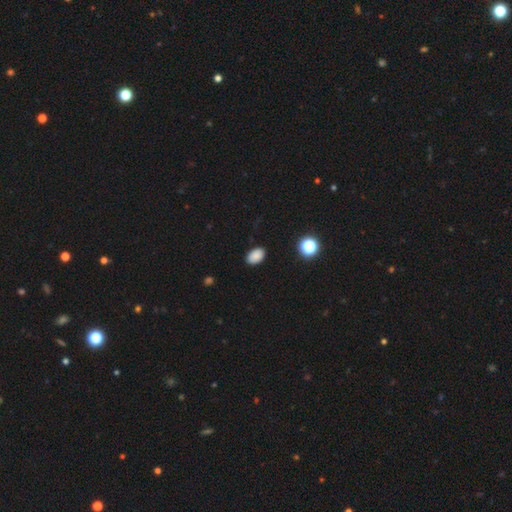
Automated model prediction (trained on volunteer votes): Overall: smooth (86%). How rounded: in between (88%). Merging: none (88%).